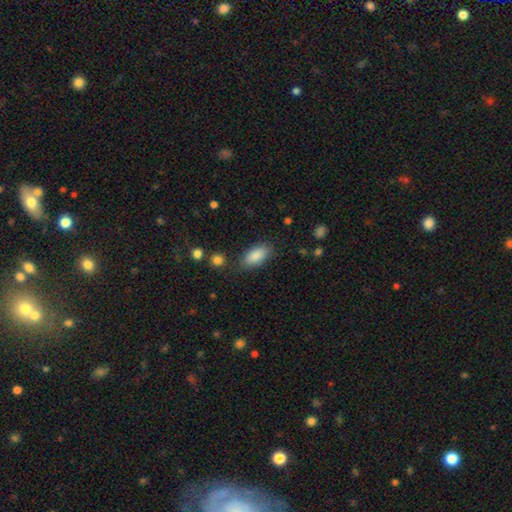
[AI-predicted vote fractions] Smooth or featured? Predicted: smooth (p=0.87). How rounded? Predicted: in between (p=0.88). Merging? Predicted: none (p=0.81).